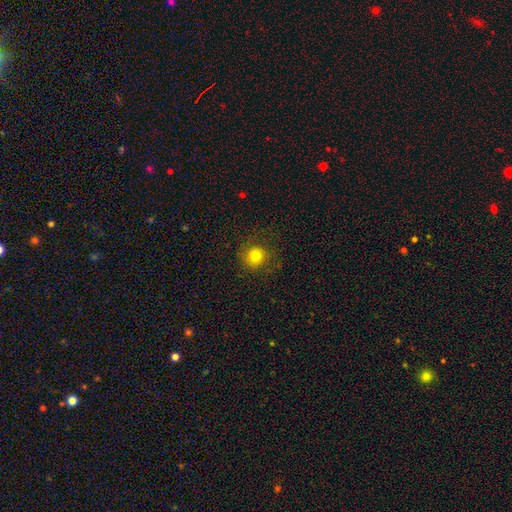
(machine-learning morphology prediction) smooth-or-featured: smooth: 78% | star or artifact: 12% | featured or disk: 10%
  how-rounded: round: 90% | in between: 9% | cigar-shaped: 1%
  merging: none: 79% | minor disturbance: 13% | major disturbance: 7% | merger: 1%